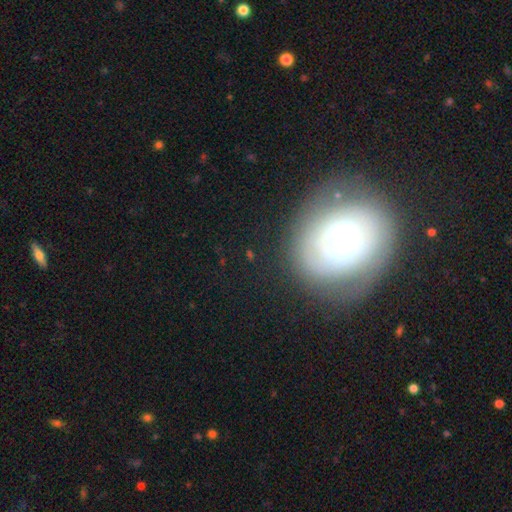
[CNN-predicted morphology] featured or disk 52%, smooth 37%, star or artifact 12%. Down the decision tree: edge-on disk — no (96%); merging — none (73%).